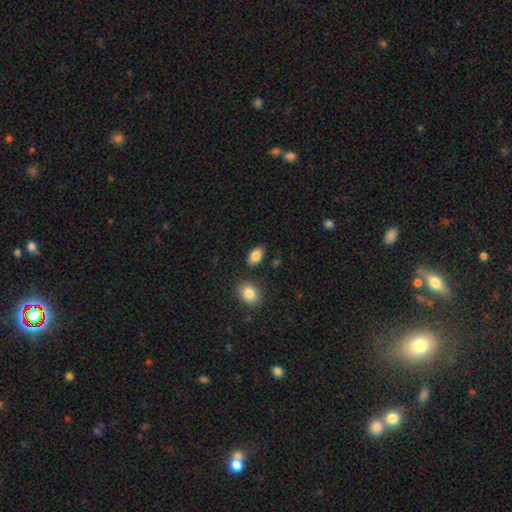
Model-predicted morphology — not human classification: A smooth galaxy with no disk features (87%) that is in between round and cigar-shaped (92%).

Vote fractions:
- Smooth or featured? smooth: 87% / star or artifact: 7% / featured or disk: 6%
- How rounded? in between: 92% / round: 5% / cigar-shaped: 3%
- Merging? none: 84% / minor disturbance: 10% / merger: 4% / major disturbance: 3%